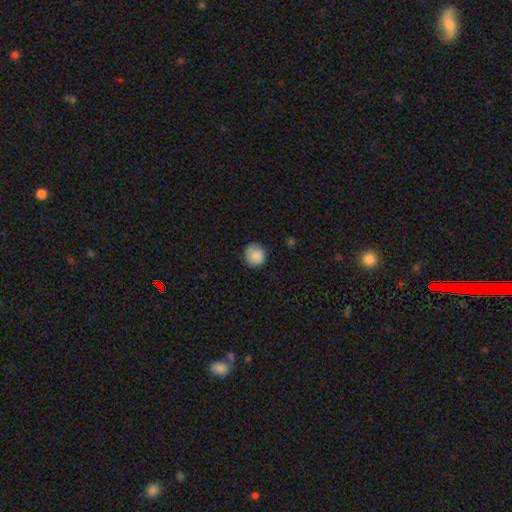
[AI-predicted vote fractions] smooth-or-featured: smooth: 86% | star or artifact: 8% | featured or disk: 6%
  how-rounded: round: 90% | in between: 9% | cigar-shaped: 1%
  merging: none: 76% | minor disturbance: 18% | major disturbance: 4% | merger: 1%